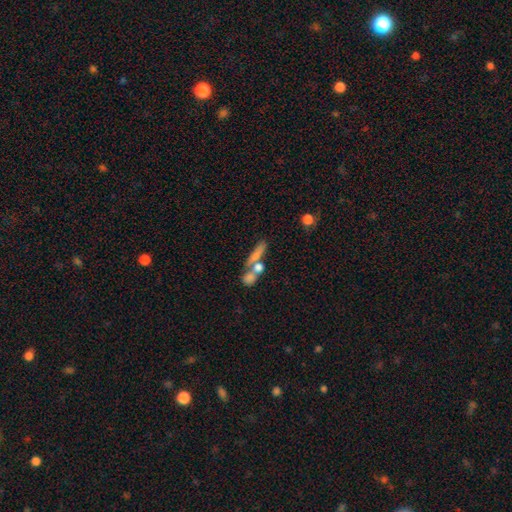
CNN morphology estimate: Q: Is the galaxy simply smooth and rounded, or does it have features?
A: smooth — 54%.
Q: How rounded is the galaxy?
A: cigar-shaped — 61%.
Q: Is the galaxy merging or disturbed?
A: none — 42%.